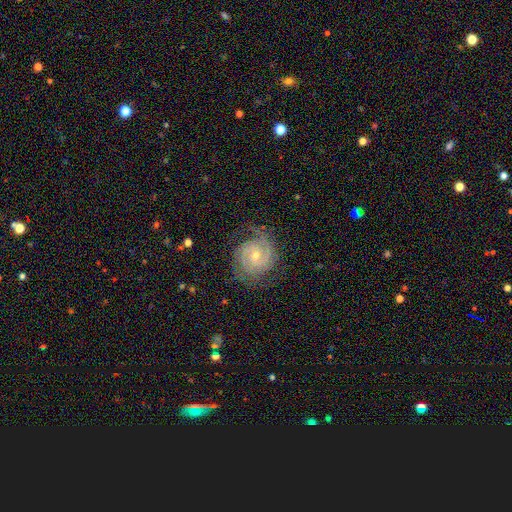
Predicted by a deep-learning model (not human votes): Smooth or featured? featured or disk (89%)
Edge-on disk? no (98%)
Bar? no (58%)
Spiral arms? yes (98%)
Spiral winding? tight (75%)
Spiral arm count? 2 (59%)
Bulge size? small (60%)
Merging? none (79%)